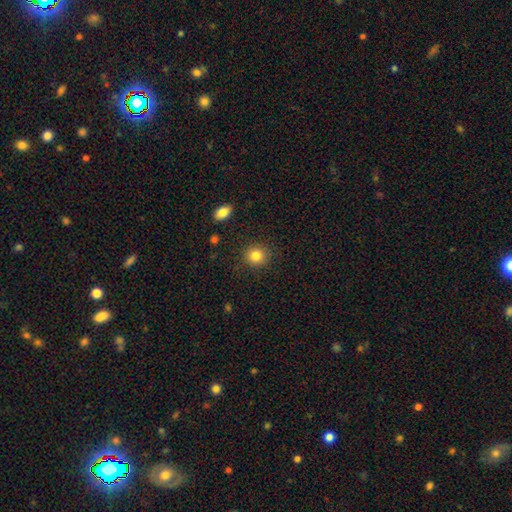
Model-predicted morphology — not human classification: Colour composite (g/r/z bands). It shows a smooth galaxy with no disk features (84%) that is round (86%). Merging: none (90%).